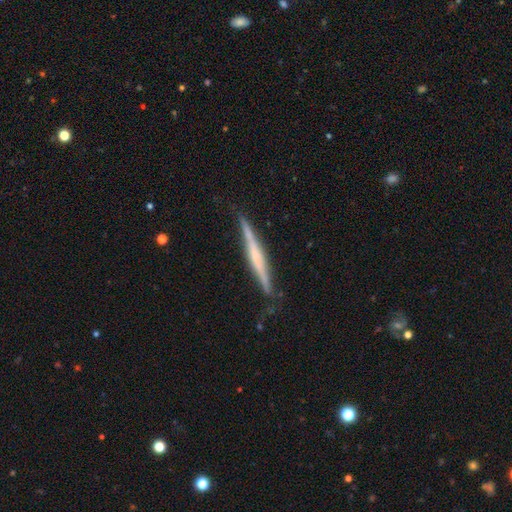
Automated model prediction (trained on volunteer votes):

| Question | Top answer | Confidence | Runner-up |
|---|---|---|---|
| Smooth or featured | featured or disk | 65% | smooth (29%) |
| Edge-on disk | yes | 97% | no (3%) |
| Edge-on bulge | none | 43% | rounded (39%) |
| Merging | none | 82% | minor disturbance (14%) |